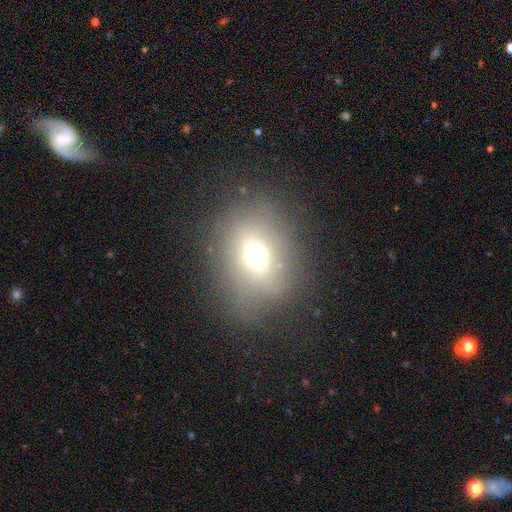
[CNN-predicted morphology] Smooth or featured: smooth — 60% (star or artifact — 21%)
How rounded: round — 53% (in between — 45%)
Merging: none — 71% (minor disturbance — 16%)